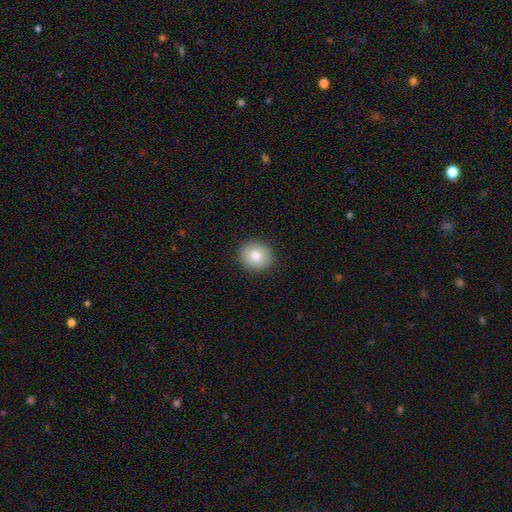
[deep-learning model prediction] This appears to be a smooth galaxy with no disk features (81%) that is round (83%). Merging: none (92%).